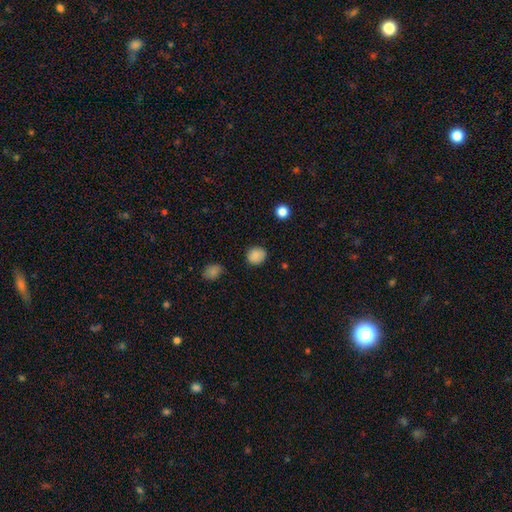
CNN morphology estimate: Smooth or featured: smooth — 86% (star or artifact — 10%)
How rounded: round — 78% (in between — 21%)
Merging: none — 84% (minor disturbance — 12%)